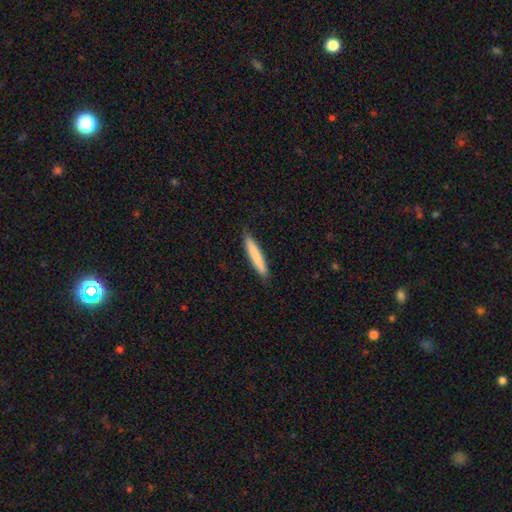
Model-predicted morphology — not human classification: A smooth galaxy with no disk features (80%) that is cigar-shaped (94%). Merging: none (89%).